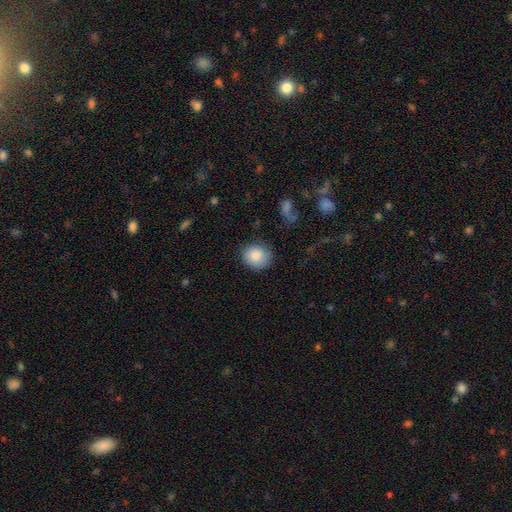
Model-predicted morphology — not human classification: type=smooth (87%); roundness=round (75%); merging=none (81%).